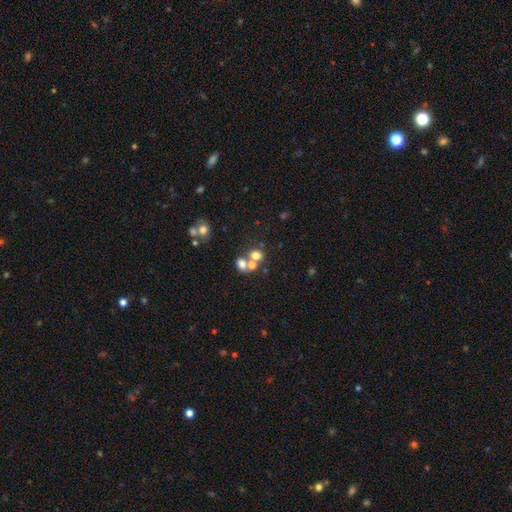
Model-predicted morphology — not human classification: Smooth or featured? smooth (65%)
How rounded? round (62%)
Merging? merger (50%)